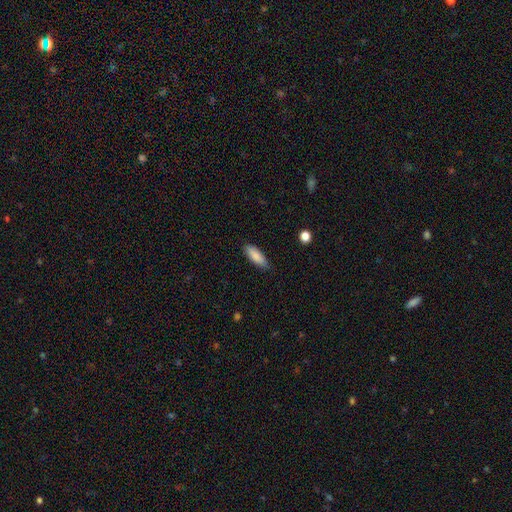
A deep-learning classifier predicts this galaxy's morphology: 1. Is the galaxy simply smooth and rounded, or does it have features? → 87% smooth, 7% featured or disk, 6% star or artifact.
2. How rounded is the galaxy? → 58% in between, 41% cigar-shaped, 2% round.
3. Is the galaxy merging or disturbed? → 83% none, 14% minor disturbance, 2% major disturbance, 1% merger.